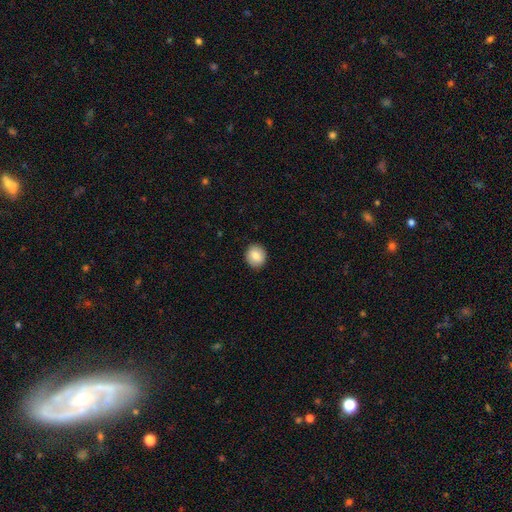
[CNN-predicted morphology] smooth-or-featured: smooth: 84% | featured or disk: 8% | star or artifact: 8%
  how-rounded: round: 79% | in between: 20% | cigar-shaped: 1%
  merging: none: 91% | minor disturbance: 6% | major disturbance: 2% | merger: 1%